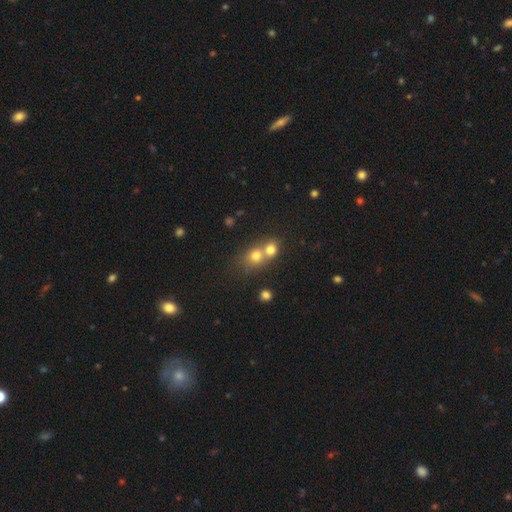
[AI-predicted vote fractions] A smooth galaxy with no disk features (75%) that is round (76%).

Vote fractions:
- Smooth or featured? smooth: 75% / star or artifact: 13% / featured or disk: 12%
- How rounded? round: 76% / in between: 23% / cigar-shaped: 1%
- Merging? merger: 61% / none: 31% / minor disturbance: 5% / major disturbance: 3%